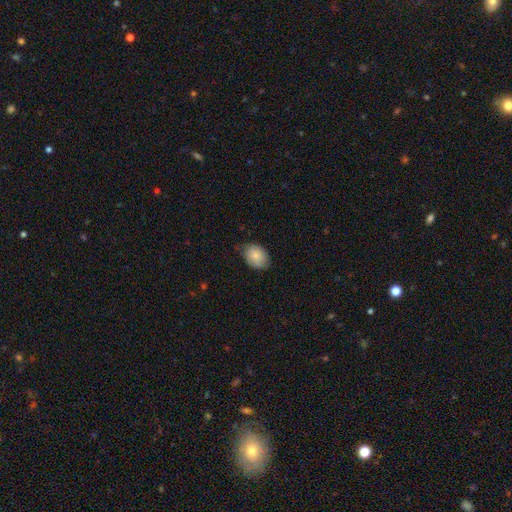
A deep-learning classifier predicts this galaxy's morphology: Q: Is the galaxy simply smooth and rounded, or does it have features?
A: smooth — 81%.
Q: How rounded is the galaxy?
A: in between — 68%.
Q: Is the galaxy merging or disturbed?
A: none — 67%.